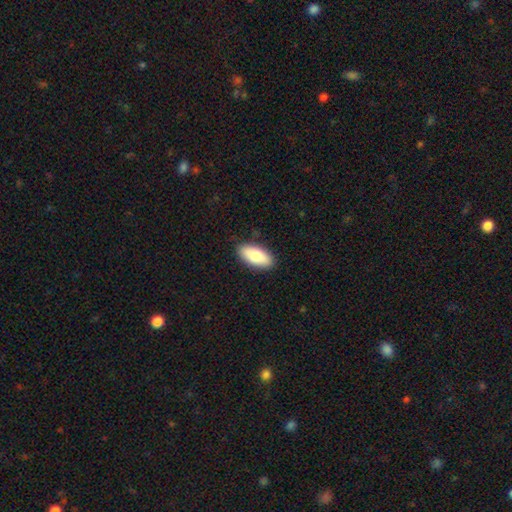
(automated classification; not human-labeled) smooth_or_featured: smooth (p=0.80) [alt: featured or disk p=0.14]
how_rounded: in between (p=0.89) [alt: cigar-shaped p=0.09]
merging: none (p=0.89) [alt: minor disturbance p=0.09]